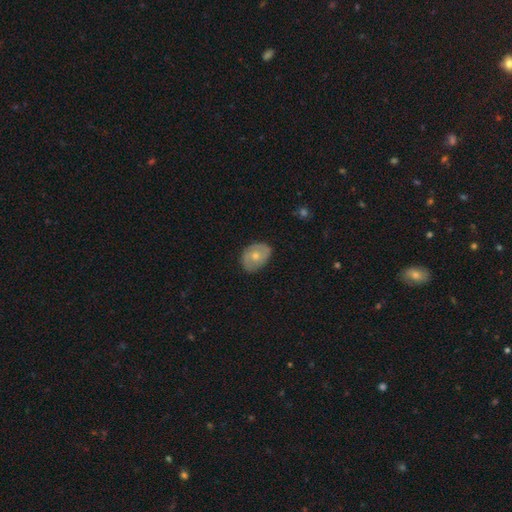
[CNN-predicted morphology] This appears to be a smooth galaxy with no disk features (53%) that is in between round and cigar-shaped (67%). Merging: none (75%).